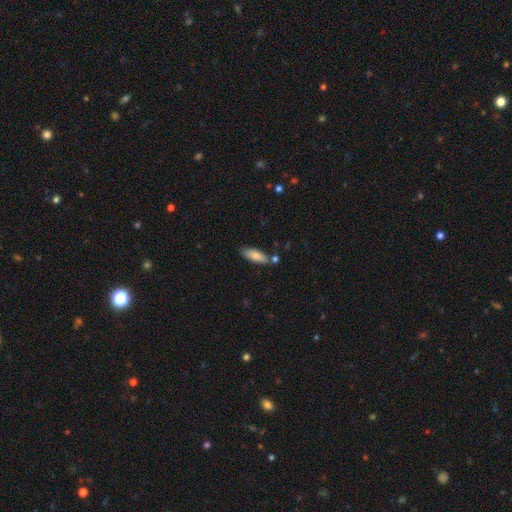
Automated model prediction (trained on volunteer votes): Q: Smooth or featured?
A: smooth (82%); runner-up: featured or disk (11%)
Q: How rounded?
A: in between (63%); runner-up: cigar-shaped (35%)
Q: Merging?
A: none (72%); runner-up: minor disturbance (16%)